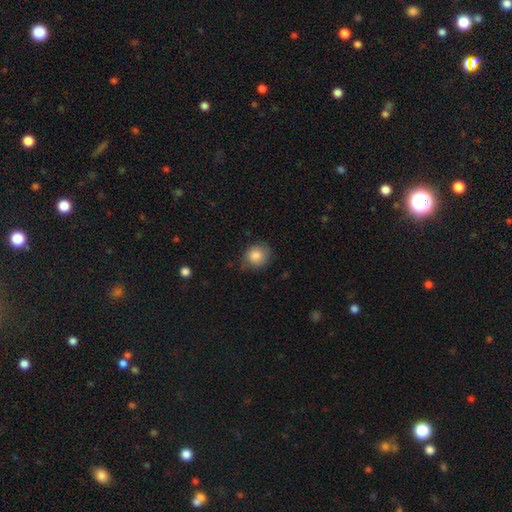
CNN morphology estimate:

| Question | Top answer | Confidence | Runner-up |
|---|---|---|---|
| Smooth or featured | smooth | 85% | star or artifact (8%) |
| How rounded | round | 76% | in between (23%) |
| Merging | none | 71% | minor disturbance (22%) |